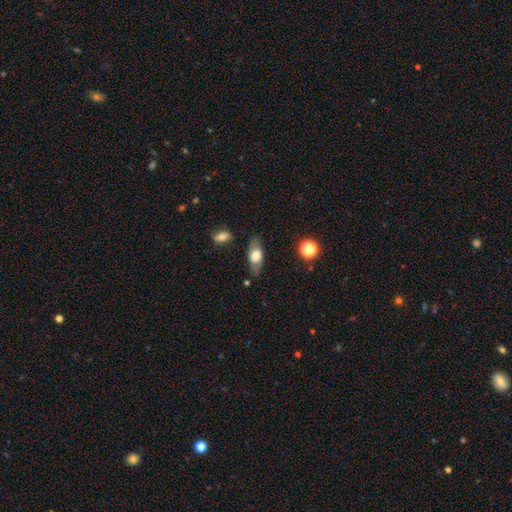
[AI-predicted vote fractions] Smooth or featured: smooth — 61% (featured or disk — 32%)
How rounded: in between — 78% (cigar-shaped — 16%)
Merging: none — 76% (minor disturbance — 17%)